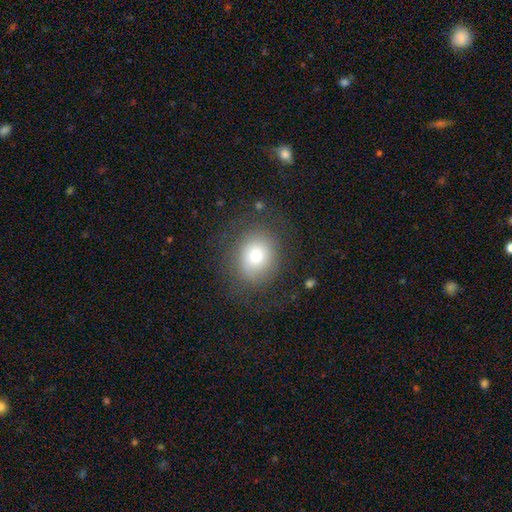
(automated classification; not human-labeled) Morphology: type=smooth (72%); roundness=round (71%); merging=none (76%).